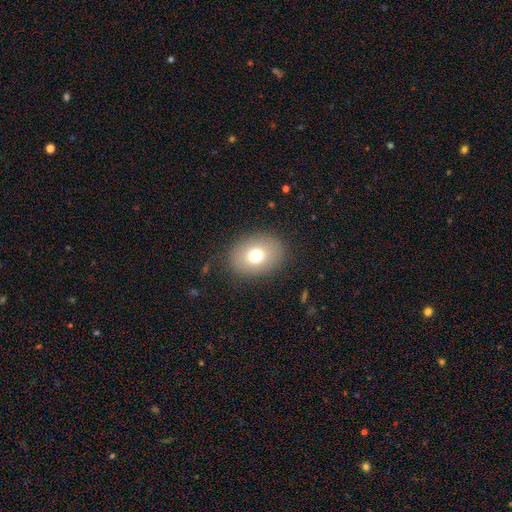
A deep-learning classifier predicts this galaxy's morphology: Q: Smooth or featured?
A: smooth (74%); runner-up: featured or disk (15%)
Q: How rounded?
A: in between (61%); runner-up: round (38%)
Q: Merging?
A: none (86%); runner-up: minor disturbance (9%)